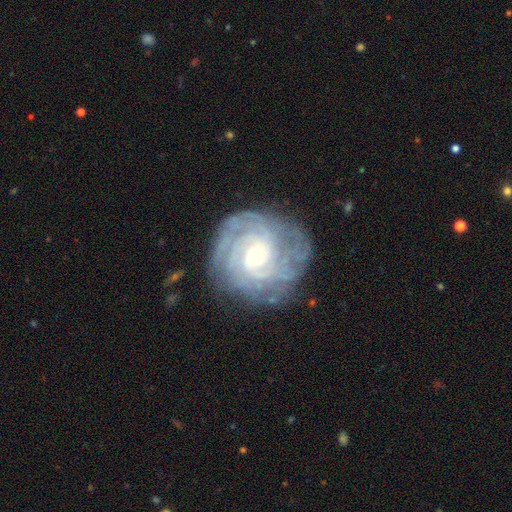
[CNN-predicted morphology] Smooth or featured? Predicted: featured or disk (p=0.83). Edge-on disk? Predicted: no (p=0.97). Bar? Predicted: no (p=0.67). Spiral arms? Predicted: yes (p=0.95). Spiral winding? Predicted: tight (p=0.78). Spiral arm count? Predicted: can't tell (p=0.36). Bulge size? Predicted: small (p=0.72). Merging? Predicted: none (p=0.79).